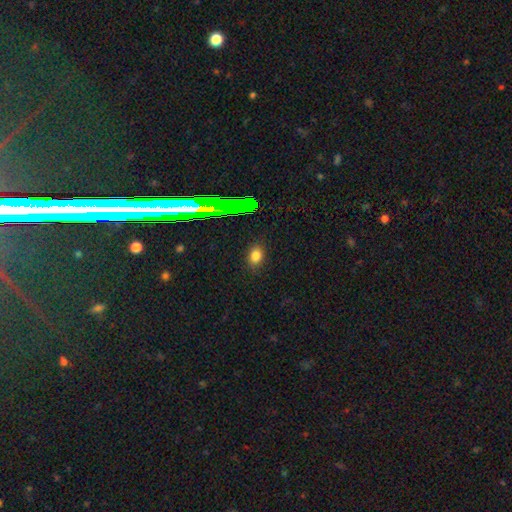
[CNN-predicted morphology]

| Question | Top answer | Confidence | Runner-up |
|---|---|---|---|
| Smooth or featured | smooth | 77% | star or artifact (16%) |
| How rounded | in between | 70% | round (28%) |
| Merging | none | 86% | minor disturbance (10%) |